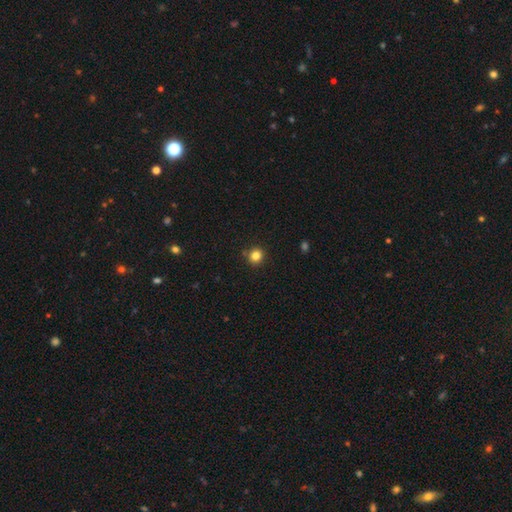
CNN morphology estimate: smooth_or_featured: smooth (p=0.82) [alt: star or artifact p=0.13]
how_rounded: round (p=0.91) [alt: in between p=0.08]
merging: none (p=0.88) [alt: minor disturbance p=0.07]